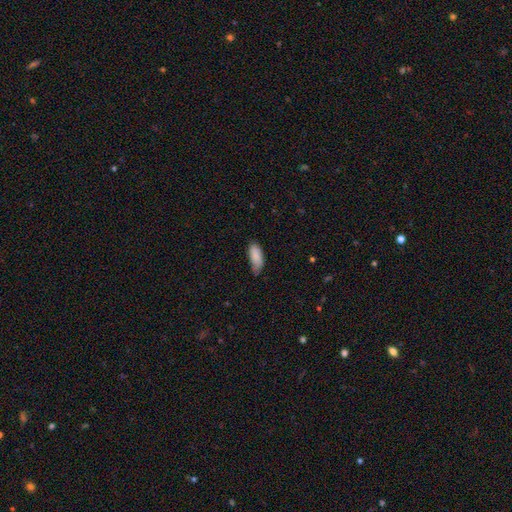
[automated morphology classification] Smooth or featured? Predicted: smooth (p=0.86). How rounded? Predicted: in between (p=0.83). Merging? Predicted: none (p=0.55).